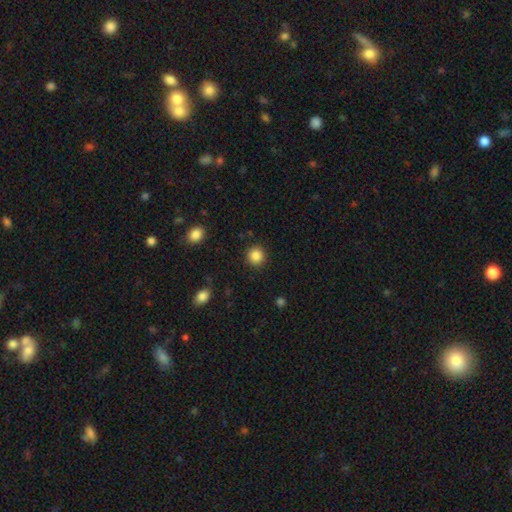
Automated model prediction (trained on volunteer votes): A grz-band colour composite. It shows a smooth galaxy with no disk features (86%) that is round (93%). Merging: none (91%).